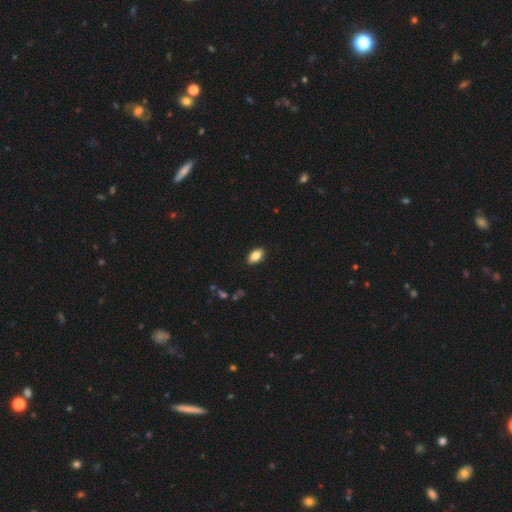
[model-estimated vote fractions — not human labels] This appears to be a smooth galaxy with no disk features (81%) that is in between round and cigar-shaped (90%). Merging: none (88%).